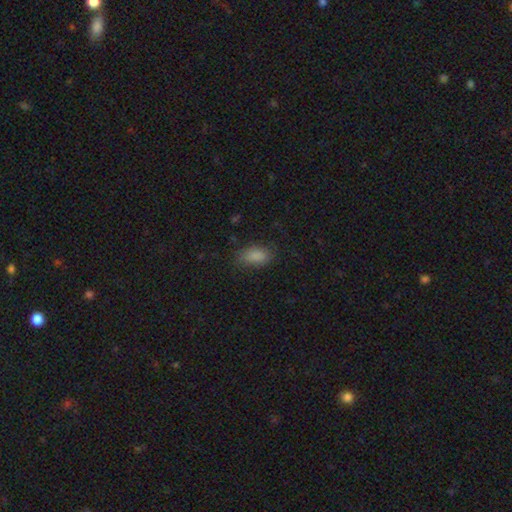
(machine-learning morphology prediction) This appears to be a smooth galaxy with no disk features (85%) that is in between round and cigar-shaped (90%). Merging: none (67%).